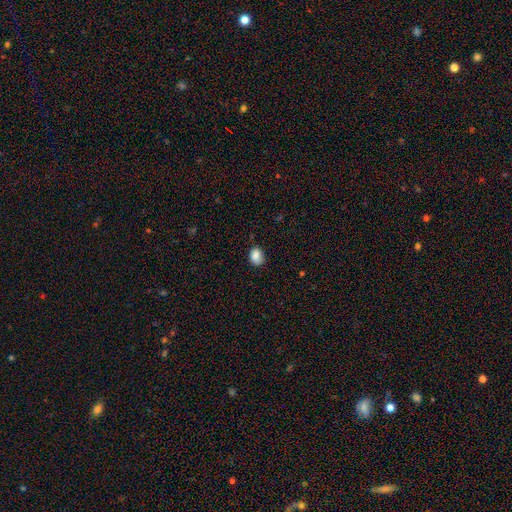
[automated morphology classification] Smooth or featured?
  - smooth: 86% *
  - star or artifact: 9%
  - featured or disk: 5%
How rounded?
  - in between: 62% *
  - round: 37%
  - cigar-shaped: 1%
Merging?
  - none: 72% *
  - minor disturbance: 22%
  - major disturbance: 4%
  - merger: 2%